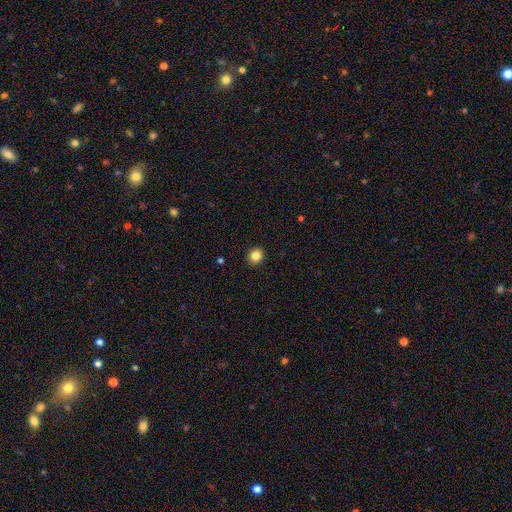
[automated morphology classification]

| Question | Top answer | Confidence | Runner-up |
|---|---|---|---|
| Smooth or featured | smooth | 85% | star or artifact (11%) |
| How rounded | round | 86% | in between (13%) |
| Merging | none | 91% | minor disturbance (6%) |